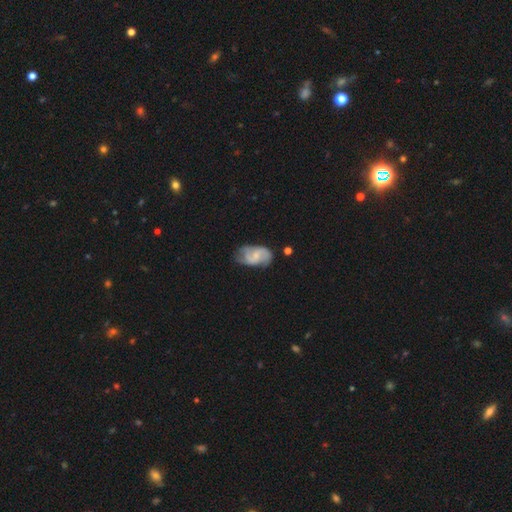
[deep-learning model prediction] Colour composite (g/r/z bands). It shows a featured or disk galaxy (64%) with a weak bar (46%), 2 (63%) medium (47%) spiral arms (87%) and a small central bulge (51%). Merging: none (54%).